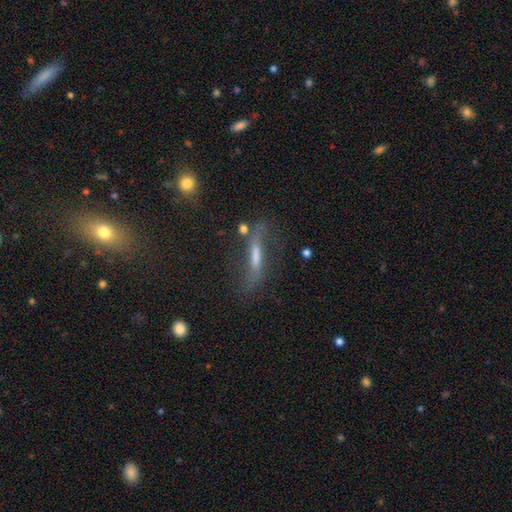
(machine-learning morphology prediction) Smooth or featured?
  - featured or disk: 55% *
  - smooth: 31%
  - star or artifact: 15%
Edge-on disk?
  - yes: 52% *
  - no: 48%
Merging?
  - none: 57% *
  - minor disturbance: 21%
  - major disturbance: 17%
  - merger: 6%